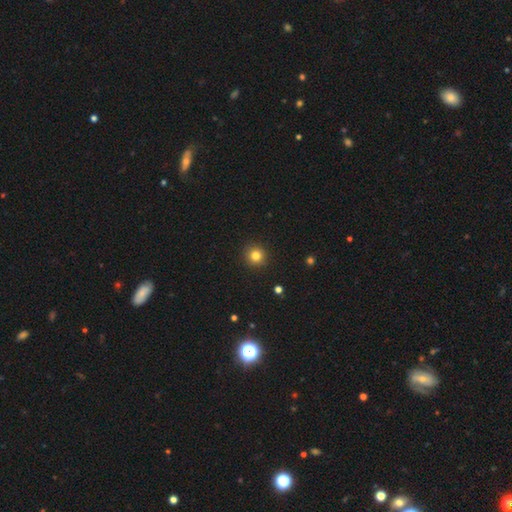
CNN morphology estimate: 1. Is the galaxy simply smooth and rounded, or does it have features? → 81% smooth, 13% star or artifact, 6% featured or disk.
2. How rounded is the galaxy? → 94% round, 5% in between, 1% cigar-shaped.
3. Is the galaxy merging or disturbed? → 92% none, 5% minor disturbance, 2% major disturbance, 1% merger.